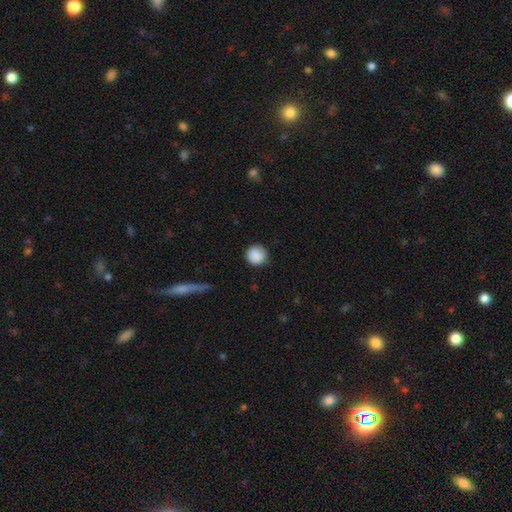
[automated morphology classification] smooth_or_featured: smooth (p=0.89) [alt: star or artifact p=0.07]
how_rounded: round (p=0.94) [alt: in between p=0.05]
merging: none (p=0.87) [alt: minor disturbance p=0.09]